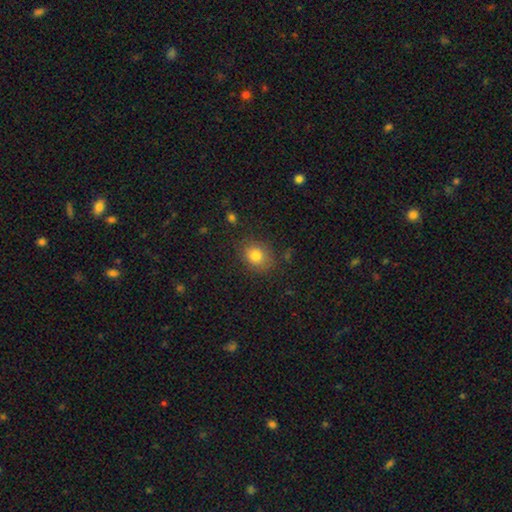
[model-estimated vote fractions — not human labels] This is clearly a smooth galaxy (81%). How rounded: possibly round (60%). Merging: clearly none (80%).